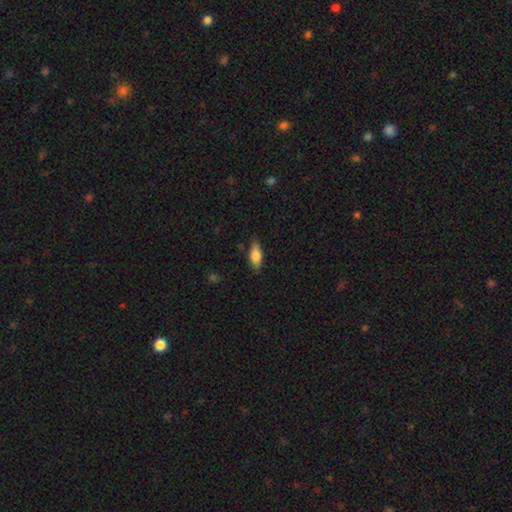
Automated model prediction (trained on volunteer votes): Morphology: type=smooth (75%); roundness=in between (76%); merging=none (81%).